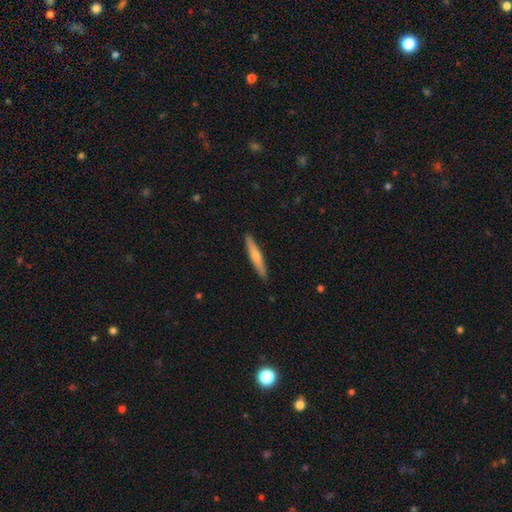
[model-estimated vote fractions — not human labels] Morphology: type=smooth (57%); roundness=cigar-shaped (93%); merging=none (90%).